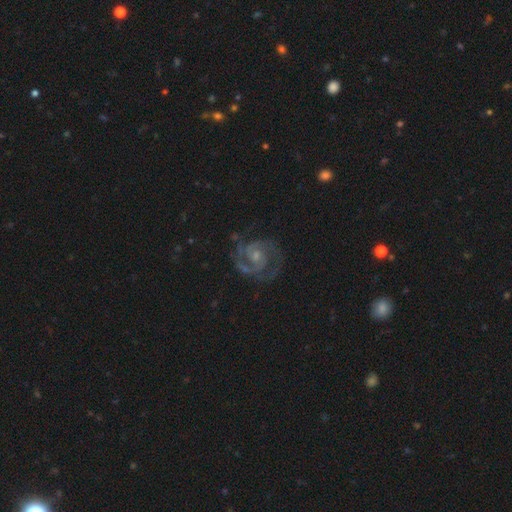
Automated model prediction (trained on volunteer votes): A featured or disk galaxy (89%) with no bar (53%), 2 (75%) medium (48%) spiral arms (97%) and a small central bulge (56%).

Vote fractions:
- Smooth or featured? featured or disk: 89% / star or artifact: 6% / smooth: 5%
- Edge-on disk? no: 98% / yes: 2%
- Bar? no: 53% / weak: 39% / strong: 8%
- Spiral arms? yes: 97% / no: 3%
- Spiral winding? medium: 48% / tight: 45% / loose: 8%
- Spiral arm count? 2: 75% / 3: 11% / can't tell: 7% / 1: 3% / 4: 3% / more than 4: 2%
- Bulge size? small: 56% / moderate: 33% / none: 8% / large: 2% / dominant: 1%
- Merging? none: 71% / minor disturbance: 17% / major disturbance: 10% / merger: 2%